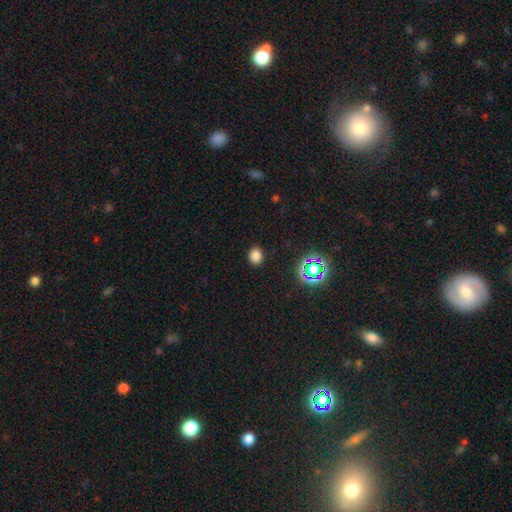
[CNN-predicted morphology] A smooth galaxy with no disk features (79%) that is in between round and cigar-shaped (52%). Merging: none (89%).